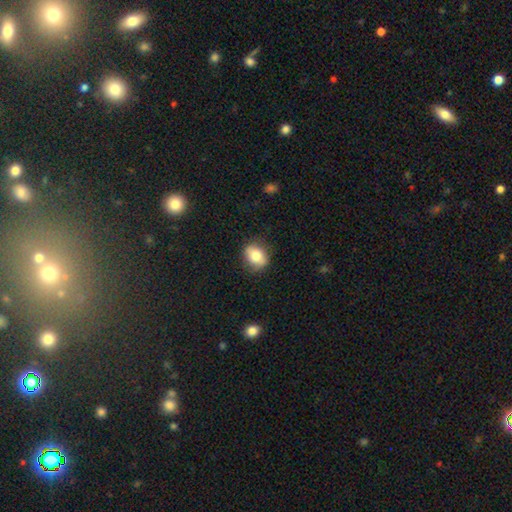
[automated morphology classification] Smooth or featured? Predicted: smooth (p=0.77). How rounded? Predicted: in between (p=0.60). Merging? Predicted: none (p=0.78).